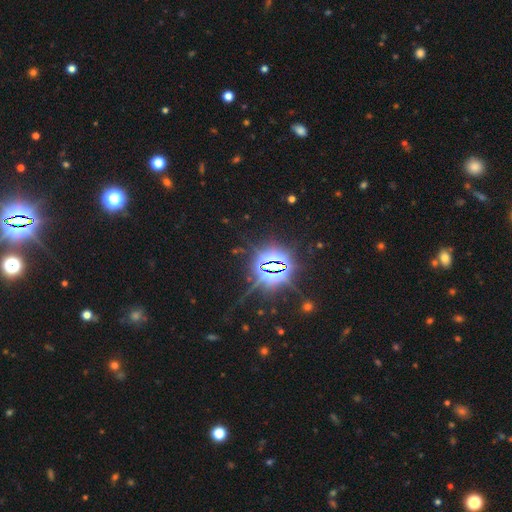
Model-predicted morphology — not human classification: type=star or artifact (84%).